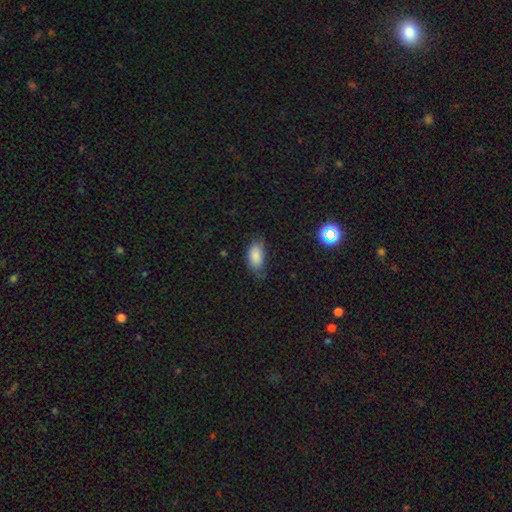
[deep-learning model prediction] Smooth or featured? smooth (81%)
How rounded? in between (92%)
Merging? none (61%)